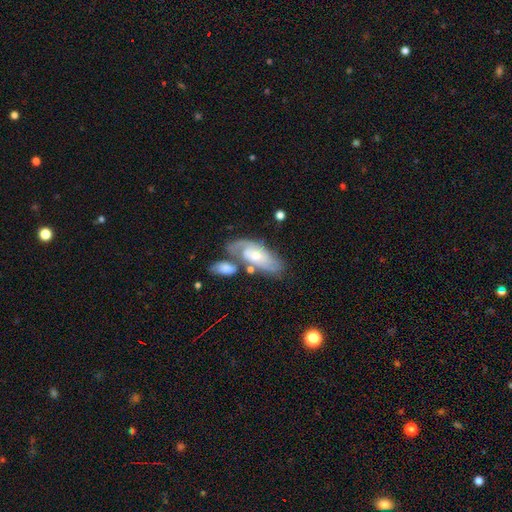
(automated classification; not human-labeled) Overall: featured or disk (66%; smooth 28%). Edge-on disk: no (90%). Bar: no (73%). Spiral arms: yes (81%). Bulge size: moderate (49%; small 46%). Merging: none (45%; merger 28%).